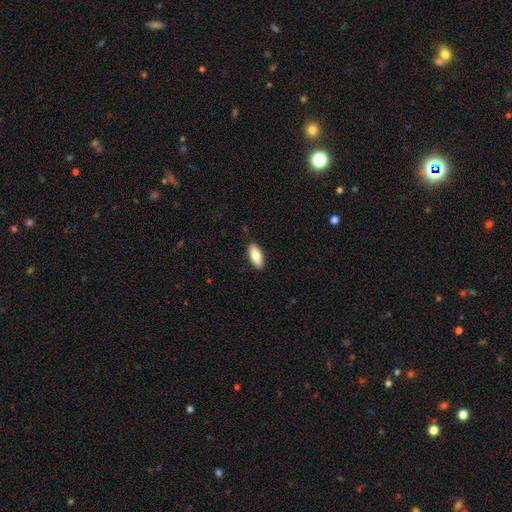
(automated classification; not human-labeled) Smooth or featured: smooth — 79% (featured or disk — 15%)
How rounded: in between — 82% (cigar-shaped — 16%)
Merging: none — 89% (minor disturbance — 8%)